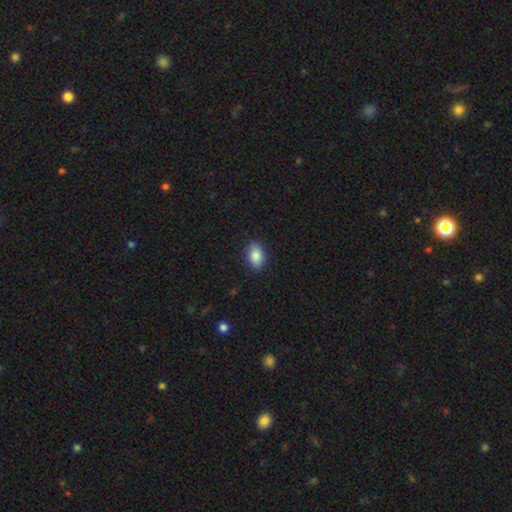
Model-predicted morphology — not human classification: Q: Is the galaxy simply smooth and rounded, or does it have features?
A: smooth — 87%.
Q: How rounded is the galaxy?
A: in between — 85%.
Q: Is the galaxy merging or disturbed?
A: none — 87%.